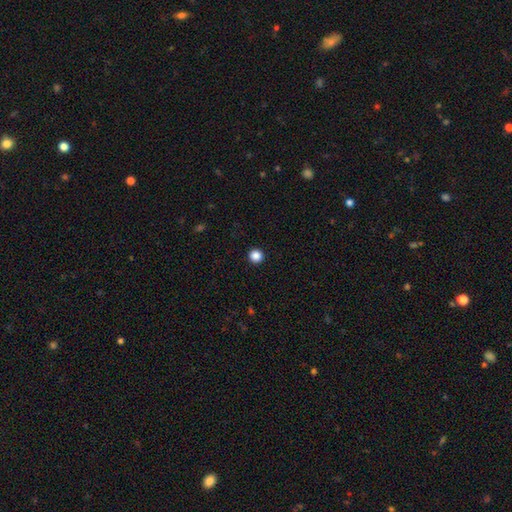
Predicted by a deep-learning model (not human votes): Q: Smooth or featured?
A: smooth (87%); runner-up: star or artifact (11%)
Q: How rounded?
A: round (95%); runner-up: in between (4%)
Q: Merging?
A: none (94%); runner-up: minor disturbance (4%)